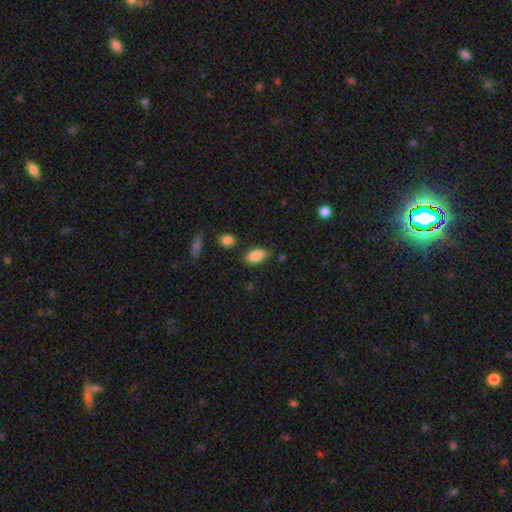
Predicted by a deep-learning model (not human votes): Smooth or featured? Predicted: smooth (p=0.87). How rounded? Predicted: in between (p=0.91). Merging? Predicted: none (p=0.73).